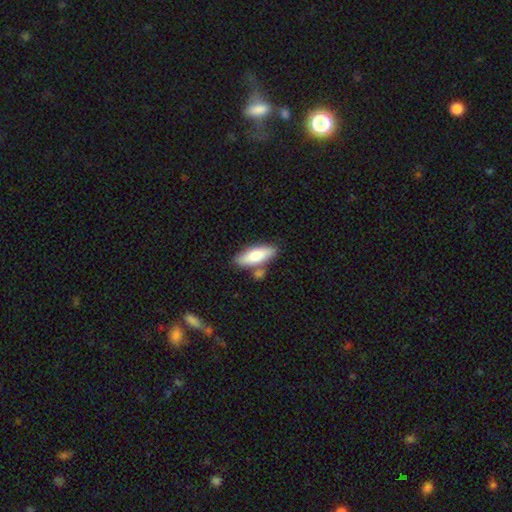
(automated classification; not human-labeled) This appears to be a smooth galaxy with no disk features (72%) that is in between round and cigar-shaped (59%). Merging: none (69%).